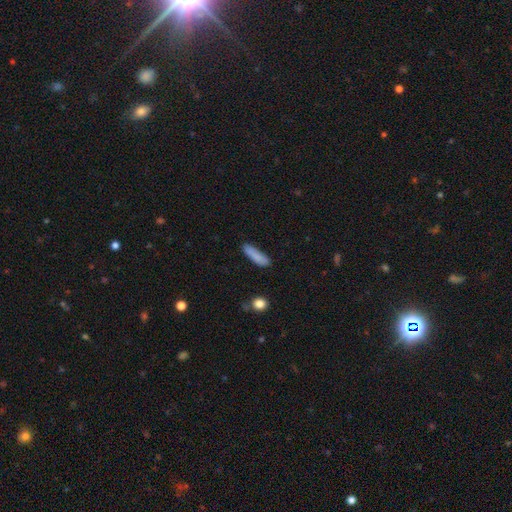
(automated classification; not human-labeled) Smooth or featured? Predicted: smooth (p=0.84). How rounded? Predicted: cigar-shaped (p=0.72). Merging? Predicted: none (p=0.75).